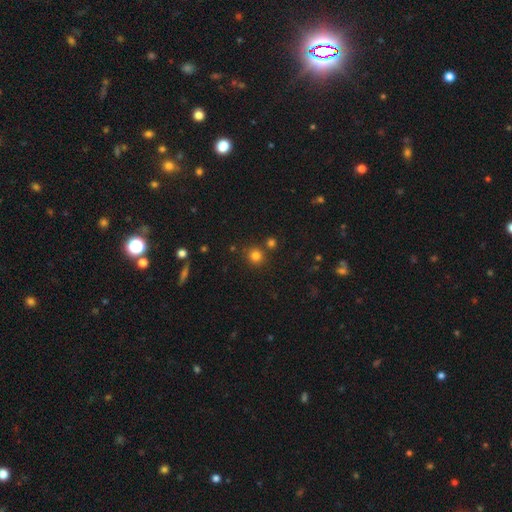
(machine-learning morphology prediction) Smooth or featured?
  - smooth: 79% *
  - star or artifact: 15%
  - featured or disk: 5%
How rounded?
  - round: 92% *
  - in between: 7%
  - cigar-shaped: 1%
Merging?
  - none: 80% *
  - merger: 10%
  - minor disturbance: 7%
  - major disturbance: 3%